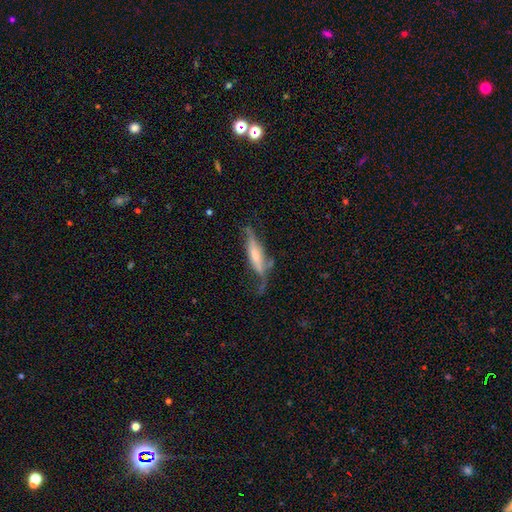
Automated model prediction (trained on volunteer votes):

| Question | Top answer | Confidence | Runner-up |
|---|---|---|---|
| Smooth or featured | featured or disk | 53% | smooth (41%) |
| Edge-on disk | yes | 71% | no (29%) |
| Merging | none | 41% | minor disturbance (29%) |